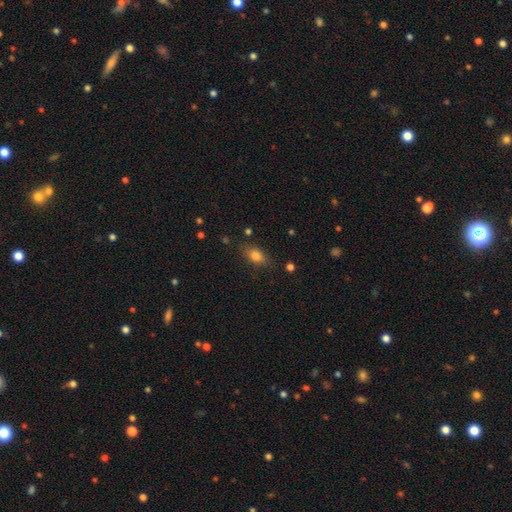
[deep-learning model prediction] A smooth galaxy with no disk features (81%) that is in between round and cigar-shaped (82%). Merging: none (79%).